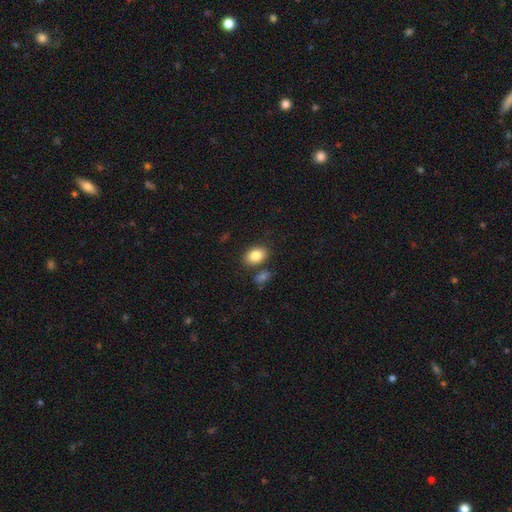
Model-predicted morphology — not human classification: Overall: smooth (85%). How rounded: in between (82%). Merging: none (77%).